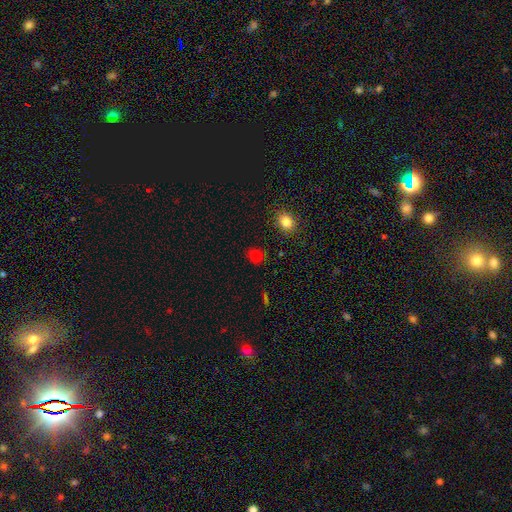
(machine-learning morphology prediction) Smooth or featured: smooth — 75% (star or artifact — 20%)
How rounded: round — 66% (in between — 33%)
Merging: none — 83% (minor disturbance — 12%)